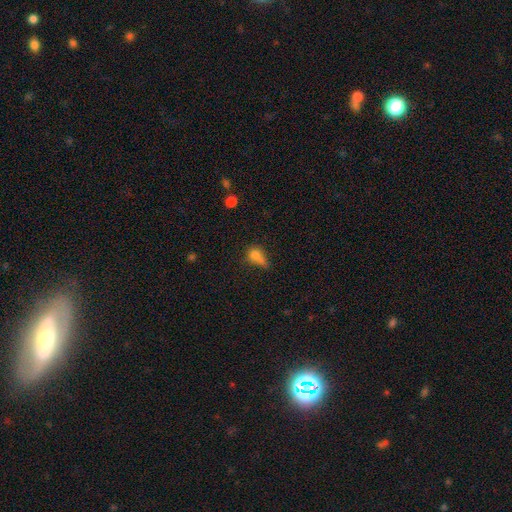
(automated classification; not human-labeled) Overall: smooth (73%). How rounded: in between (59%; round 34%). Merging: none (30%; minor disturbance 29%).